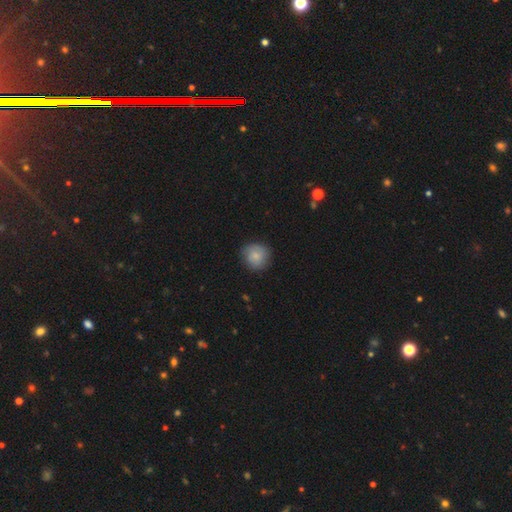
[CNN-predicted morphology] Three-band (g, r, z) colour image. It shows a smooth galaxy with no disk features (81%) that is round (89%). Merging: none (80%).